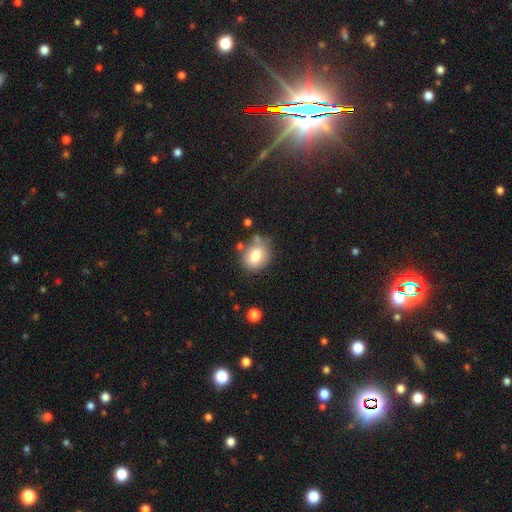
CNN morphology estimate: Smooth or featured? smooth (78%)
How rounded? in between (53%)
Merging? none (67%)